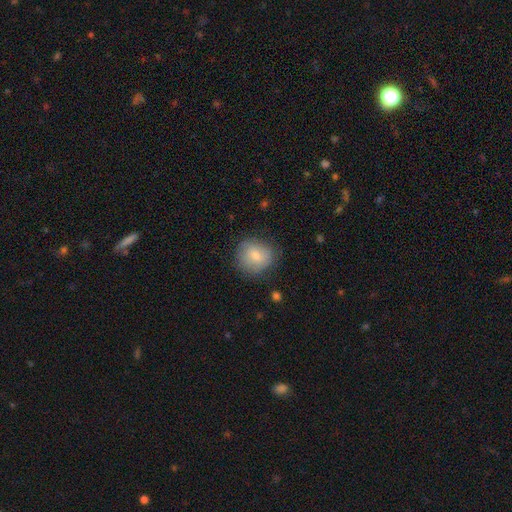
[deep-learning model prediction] smooth 77%, featured or disk 15%, star or artifact 7%. Down the decision tree: how rounded — round (81%); merging — none (76%).